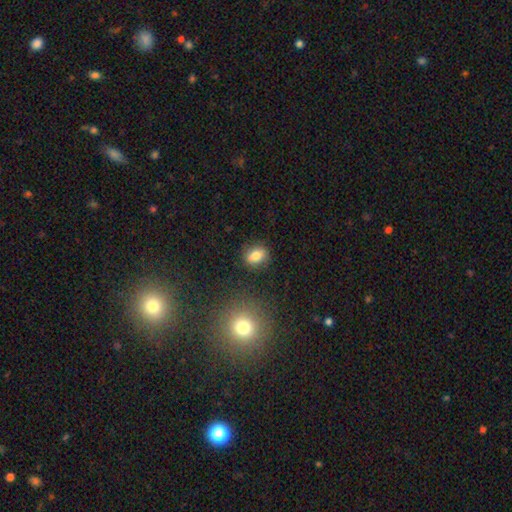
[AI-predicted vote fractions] Smooth or featured? Predicted: smooth (p=0.77). How rounded? Predicted: in between (p=0.61). Merging? Predicted: none (p=0.85).